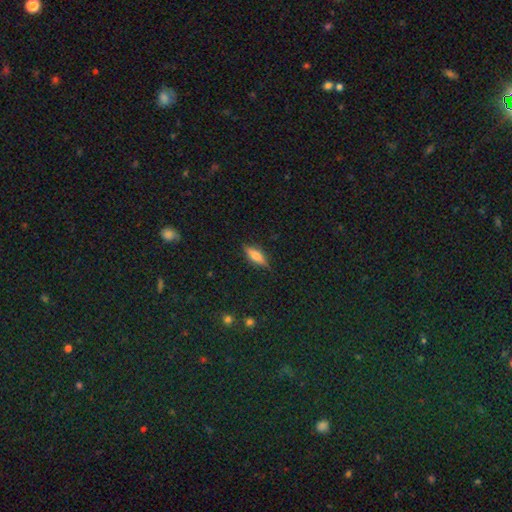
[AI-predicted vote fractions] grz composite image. It shows a smooth galaxy with no disk features (53%) that is in between round and cigar-shaped (48%, tied with cigar-shaped). Merging: none (85%).